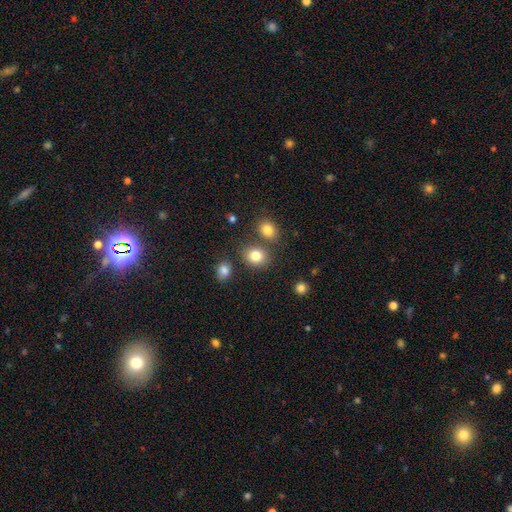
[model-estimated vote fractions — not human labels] Q: Smooth or featured?
A: smooth (82%); runner-up: star or artifact (11%)
Q: How rounded?
A: round (59%); runner-up: in between (40%)
Q: Merging?
A: none (73%); runner-up: merger (14%)